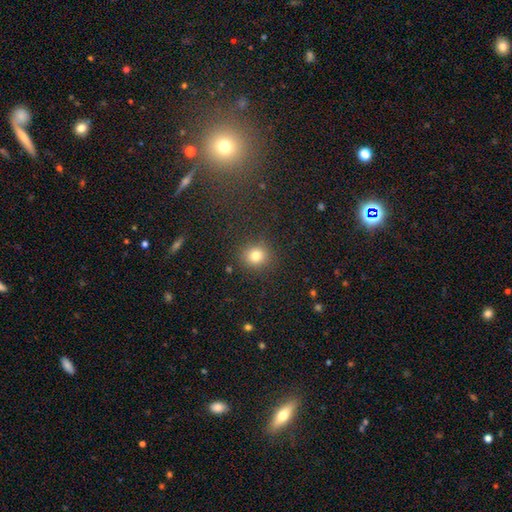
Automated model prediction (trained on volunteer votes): smooth-or-featured: smooth: 79% | star or artifact: 14% | featured or disk: 6%
  how-rounded: round: 86% | in between: 13% | cigar-shaped: 1%
  merging: none: 88% | minor disturbance: 7% | major disturbance: 3% | merger: 2%